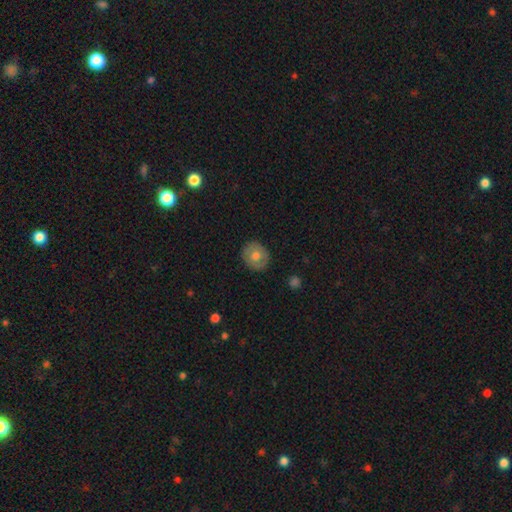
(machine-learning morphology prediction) A smooth galaxy with no disk features (63%) that is round (78%). Merging: none (87%).